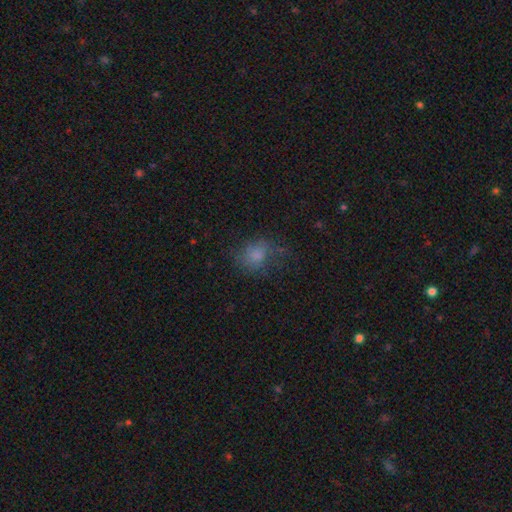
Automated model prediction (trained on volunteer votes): smooth-or-featured: smooth: 67% | star or artifact: 17% | featured or disk: 16%
  how-rounded: round: 59% | in between: 40% | cigar-shaped: 1%
  merging: none: 55% | minor disturbance: 24% | major disturbance: 19% | merger: 2%